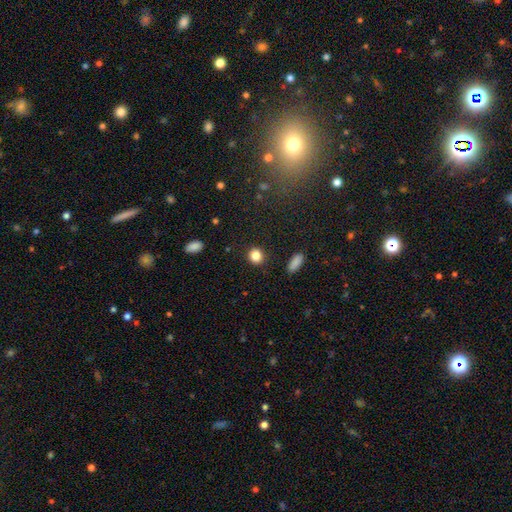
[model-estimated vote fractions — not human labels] The model was most divided on "how rounded": round: 80%, in between: 19%, cigar-shaped: 1%. More confident: merging — none (89%); smooth or featured — smooth (85%).